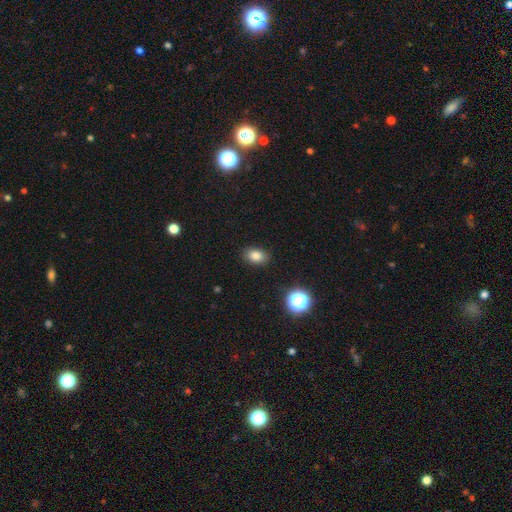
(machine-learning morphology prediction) Q: Smooth or featured?
A: smooth (82%); runner-up: star or artifact (12%)
Q: How rounded?
A: in between (81%); runner-up: round (18%)
Q: Merging?
A: none (87%); runner-up: minor disturbance (9%)